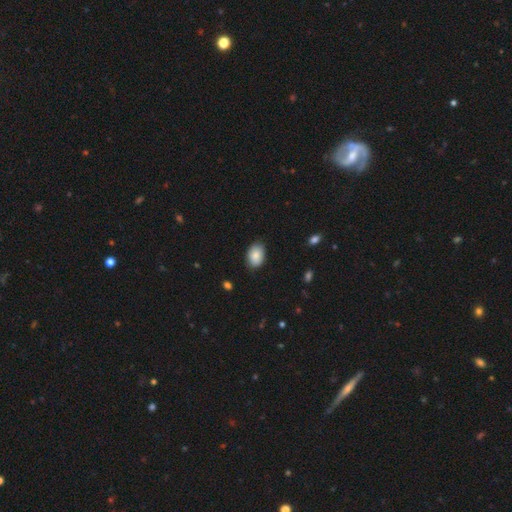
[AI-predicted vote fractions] Morphology: type=smooth (87%); roundness=in between (85%); merging=none (84%).